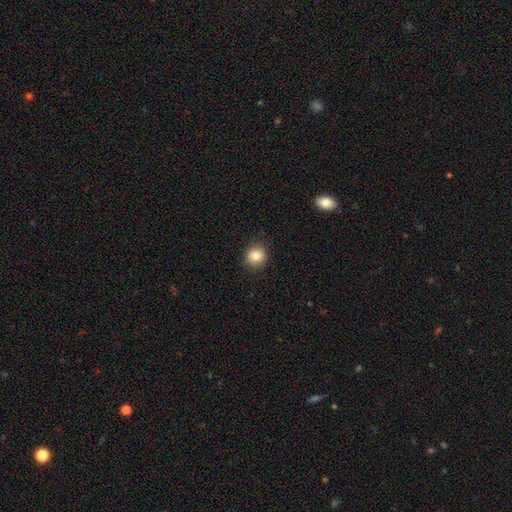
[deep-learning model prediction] Smooth or featured?
  - smooth: 83% *
  - star or artifact: 10%
  - featured or disk: 7%
How rounded?
  - round: 86% *
  - in between: 13%
  - cigar-shaped: 1%
Merging?
  - none: 90% *
  - minor disturbance: 7%
  - major disturbance: 2%
  - merger: 1%